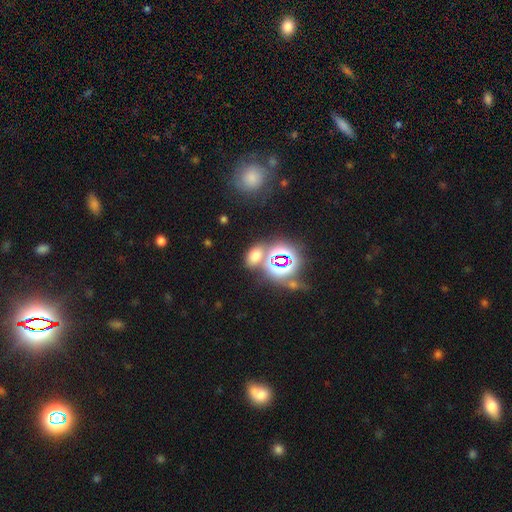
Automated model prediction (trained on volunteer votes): This is possibly a smooth galaxy (54%). How rounded: likely in between (74%). Merging: likely none (63%).